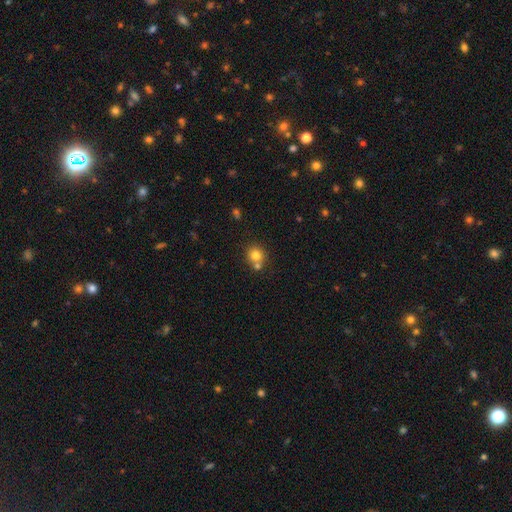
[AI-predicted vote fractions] Smooth or featured: smooth — 79% (star or artifact — 12%)
How rounded: round — 88% (in between — 11%)
Merging: none — 60% (merger — 29%)